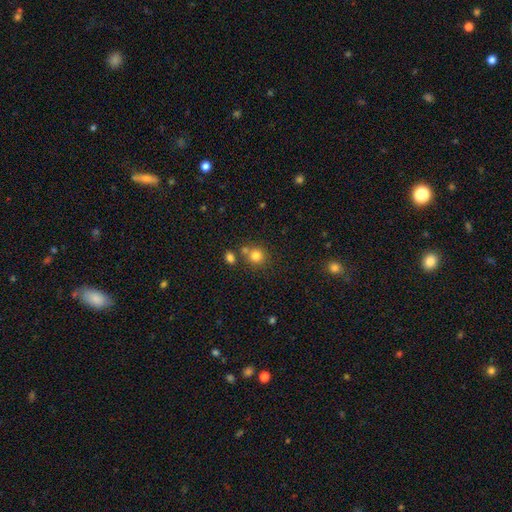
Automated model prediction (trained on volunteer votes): Smooth or featured? smooth (80%)
How rounded? round (87%)
Merging? none (65%)